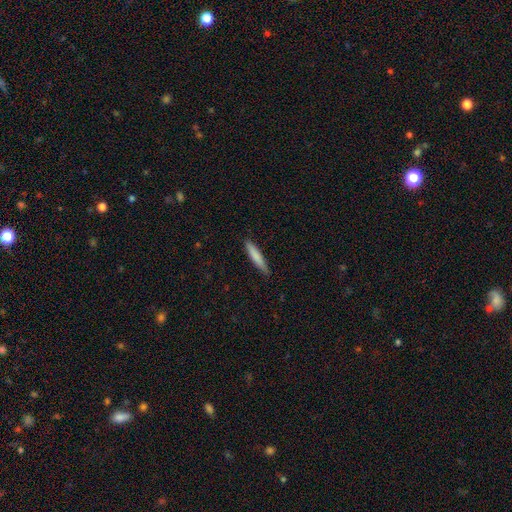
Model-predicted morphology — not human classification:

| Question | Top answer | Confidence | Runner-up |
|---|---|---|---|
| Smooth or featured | smooth | 81% | featured or disk (14%) |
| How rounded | cigar-shaped | 88% | in between (11%) |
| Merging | none | 84% | minor disturbance (13%) |